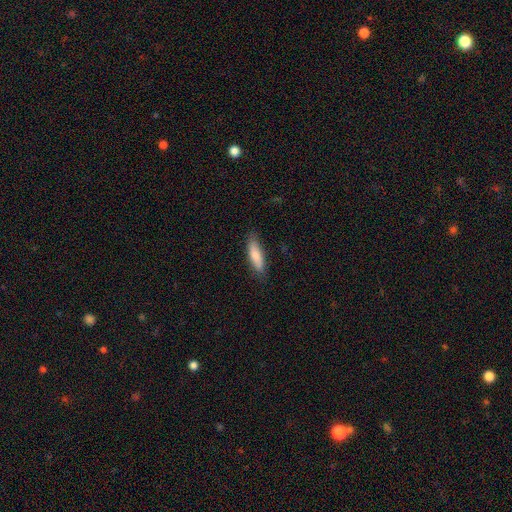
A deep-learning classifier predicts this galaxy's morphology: Overall: smooth (78%). How rounded: cigar-shaped (55%; in between 43%). Merging: none (81%).